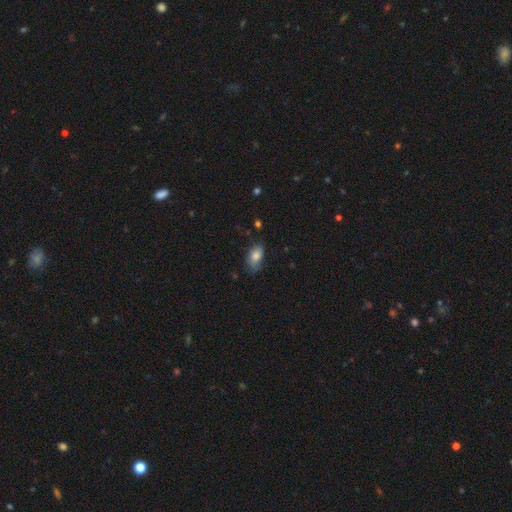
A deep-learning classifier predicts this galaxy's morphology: Smooth or featured? Predicted: smooth (p=0.80). How rounded? Predicted: in between (p=0.89). Merging? Predicted: none (p=0.62).